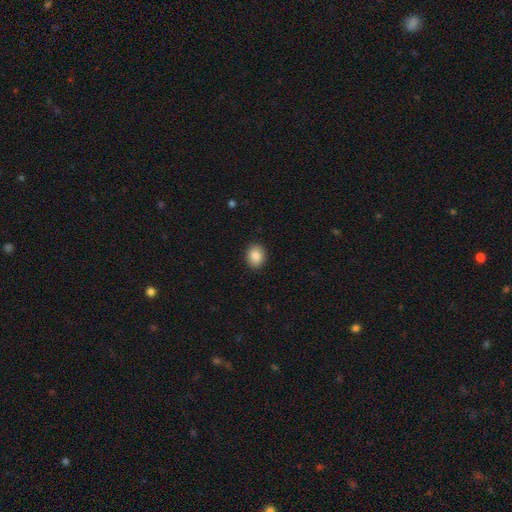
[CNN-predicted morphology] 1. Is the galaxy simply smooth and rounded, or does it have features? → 86% smooth, 9% star or artifact, 5% featured or disk.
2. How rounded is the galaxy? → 58% round, 41% in between, 1% cigar-shaped.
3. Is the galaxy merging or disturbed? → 91% none, 6% minor disturbance, 2% major disturbance, 1% merger.